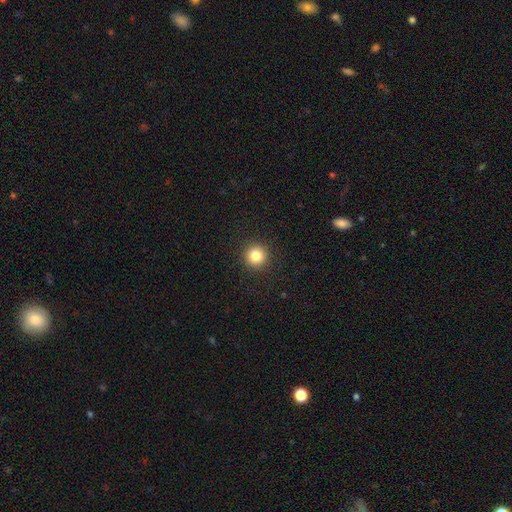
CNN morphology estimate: smooth-or-featured: smooth: 83% | star or artifact: 11% | featured or disk: 6%
  how-rounded: round: 96% | in between: 4% | cigar-shaped: 1%
  merging: none: 93% | minor disturbance: 4% | major disturbance: 2% | merger: 1%